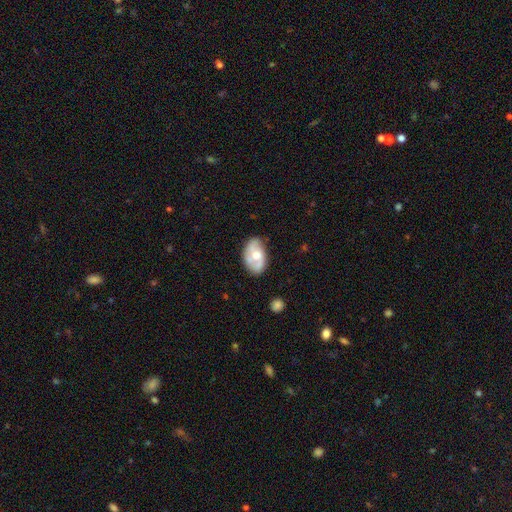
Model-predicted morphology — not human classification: A featured or disk galaxy (54%) with no bar (70%), spiral arms (67%) and a moderate central bulge (64%). Merging: none (62%).